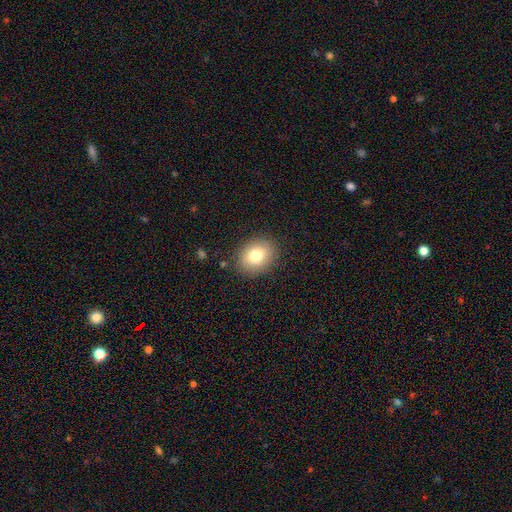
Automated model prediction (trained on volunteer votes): A smooth galaxy with no disk features (79%) that is in between round and cigar-shaped (55%).

Vote fractions:
- Smooth or featured? smooth: 79% / featured or disk: 11% / star or artifact: 10%
- How rounded? in between: 55% / round: 44% / cigar-shaped: 1%
- Merging? none: 87% / minor disturbance: 9% / major disturbance: 3% / merger: 1%